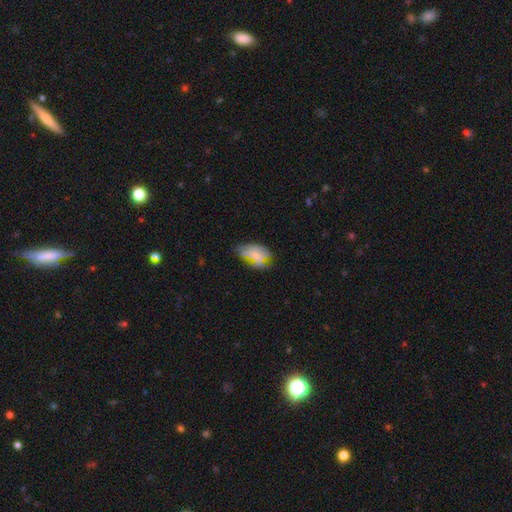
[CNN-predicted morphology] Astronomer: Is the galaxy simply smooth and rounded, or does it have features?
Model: smooth — 55% (runner-up: featured or disk, 32%).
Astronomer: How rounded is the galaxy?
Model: in between — 87%.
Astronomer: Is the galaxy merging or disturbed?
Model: none — 47% (runner-up: minor disturbance, 32%).